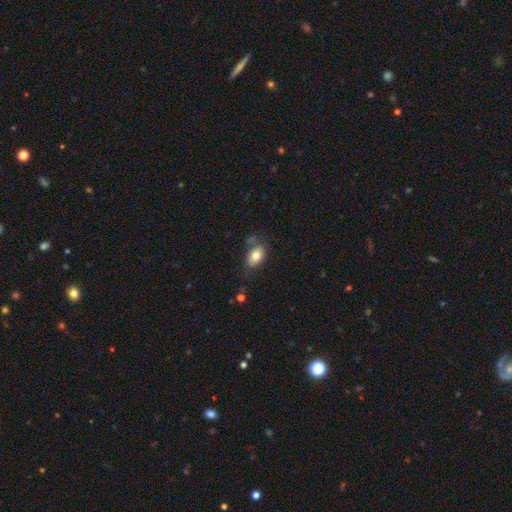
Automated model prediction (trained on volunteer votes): Morphology: type=smooth (80%); roundness=in between (87%); merging=none (66%).